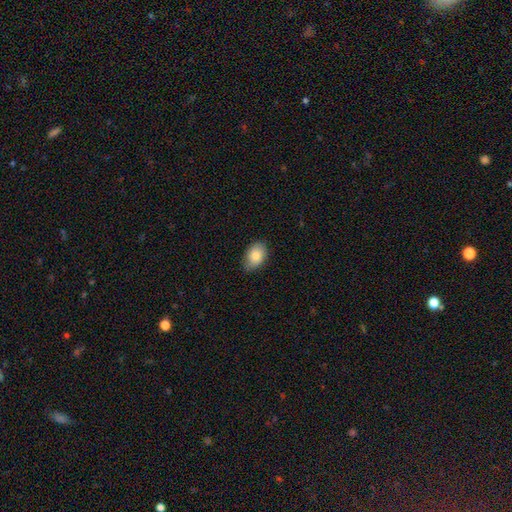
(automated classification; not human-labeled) smooth-or-featured: smooth: 84% | featured or disk: 9% | star or artifact: 7%
  how-rounded: in between: 86% | round: 13% | cigar-shaped: 1%
  merging: none: 81% | minor disturbance: 16% | major disturbance: 2% | merger: 1%